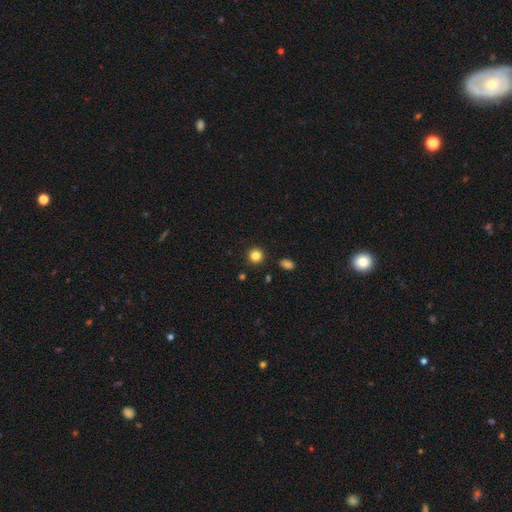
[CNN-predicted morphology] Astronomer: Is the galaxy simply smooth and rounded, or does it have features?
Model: smooth — 84%.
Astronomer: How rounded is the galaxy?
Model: round — 93%.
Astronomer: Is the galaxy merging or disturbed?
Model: none — 90%.